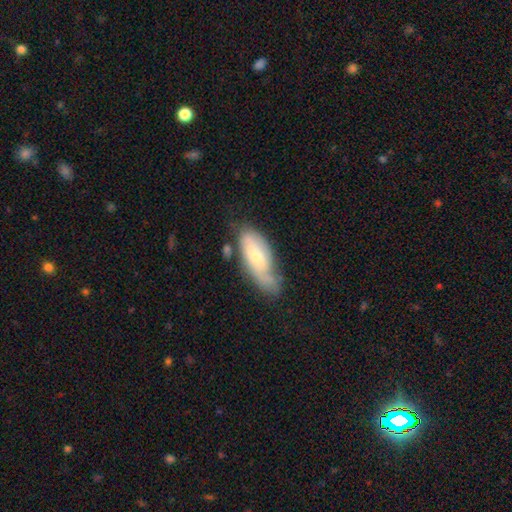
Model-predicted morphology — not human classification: A smooth galaxy with no disk features (47%).

Vote fractions:
- Smooth or featured? smooth: 47% / featured or disk: 46% / star or artifact: 7%
- Merging? none: 49% / minor disturbance: 31% / major disturbance: 13% / merger: 7%